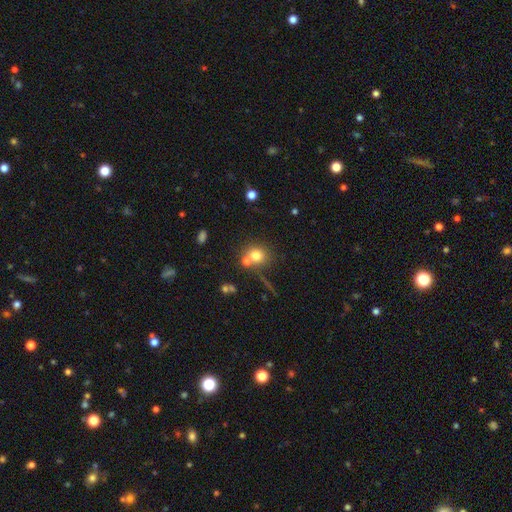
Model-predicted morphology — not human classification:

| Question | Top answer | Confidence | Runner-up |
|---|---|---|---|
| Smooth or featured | smooth | 73% | star or artifact (15%) |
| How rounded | round | 81% | in between (18%) |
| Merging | none | 58% | merger (28%) |